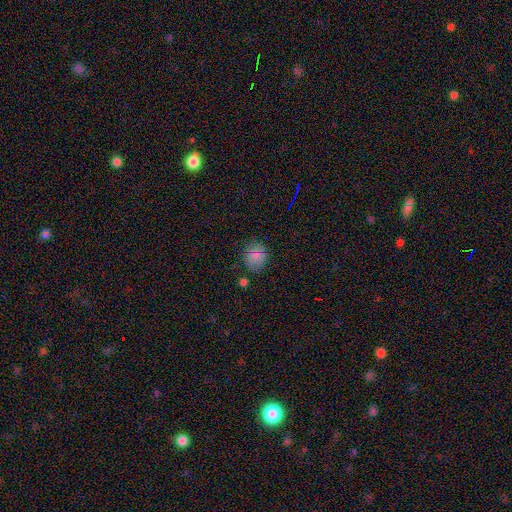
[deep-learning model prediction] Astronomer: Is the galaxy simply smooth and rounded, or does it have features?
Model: smooth — 77%.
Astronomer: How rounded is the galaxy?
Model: round — 78%.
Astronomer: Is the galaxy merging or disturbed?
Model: none — 81%.